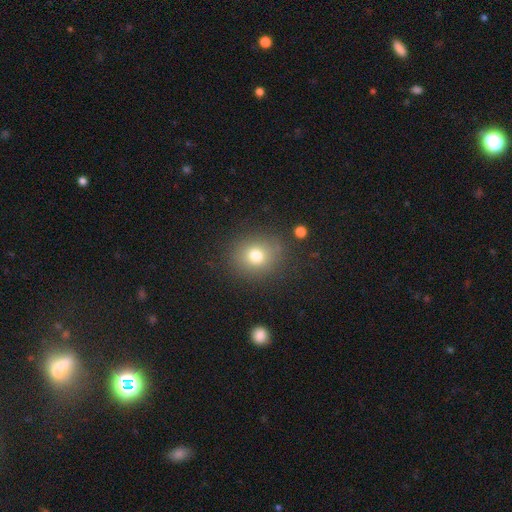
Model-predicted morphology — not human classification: smooth-or-featured: smooth: 74% | star or artifact: 15% | featured or disk: 11%
  how-rounded: round: 77% | in between: 22% | cigar-shaped: 1%
  merging: none: 85% | minor disturbance: 9% | major disturbance: 4% | merger: 2%